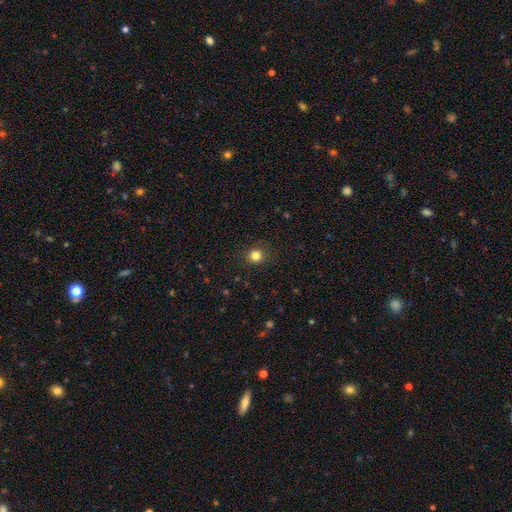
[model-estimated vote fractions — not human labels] A smooth galaxy with no disk features (83%) that is round (89%). Merging: none (90%).